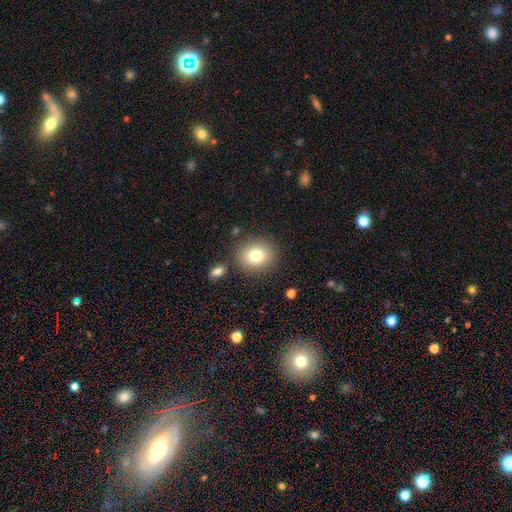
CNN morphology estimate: This is likely a smooth galaxy (80%). How rounded: likely round (72%). Merging: clearly none (84%).